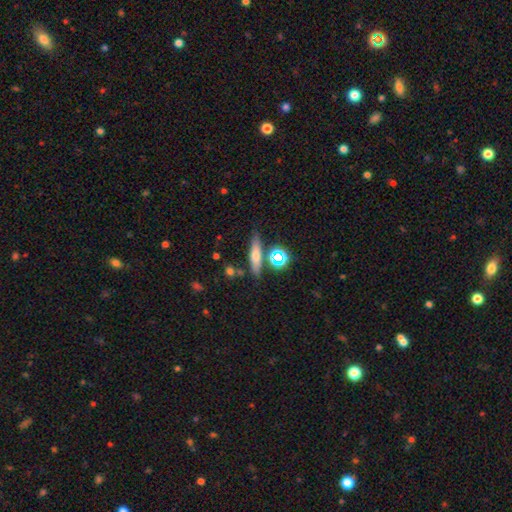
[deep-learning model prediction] Overall: smooth (57%; featured or disk 31%). How rounded: cigar-shaped (69%). Merging: none (77%).